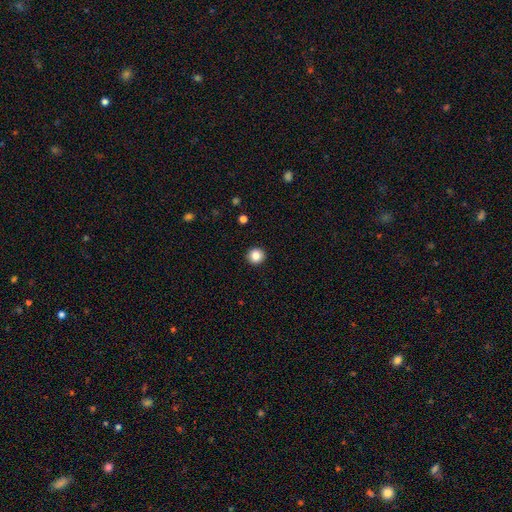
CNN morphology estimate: A smooth galaxy with no disk features (85%) that is round (94%). Merging: none (93%).